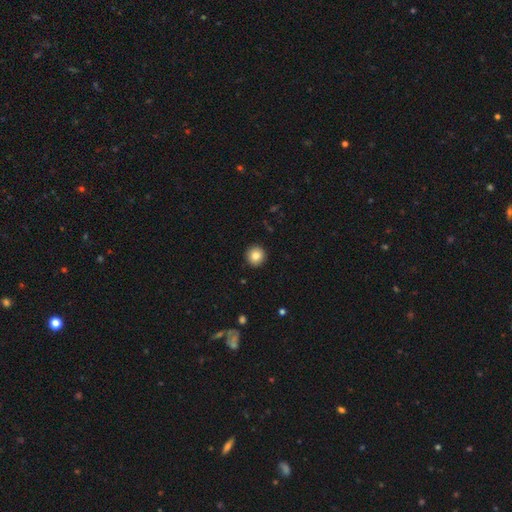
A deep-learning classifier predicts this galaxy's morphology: The model was most divided on "smooth or featured": smooth: 84%, star or artifact: 9%, featured or disk: 7%. More confident: how rounded — round (95%); merging — none (93%).